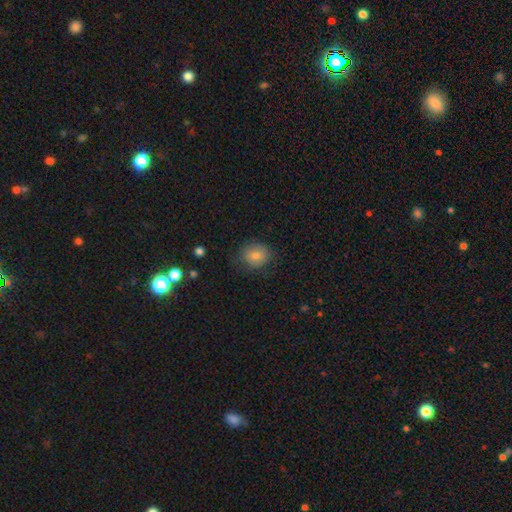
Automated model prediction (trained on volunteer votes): Morphology: type=smooth (79%); roundness=round (65%); merging=none (79%).